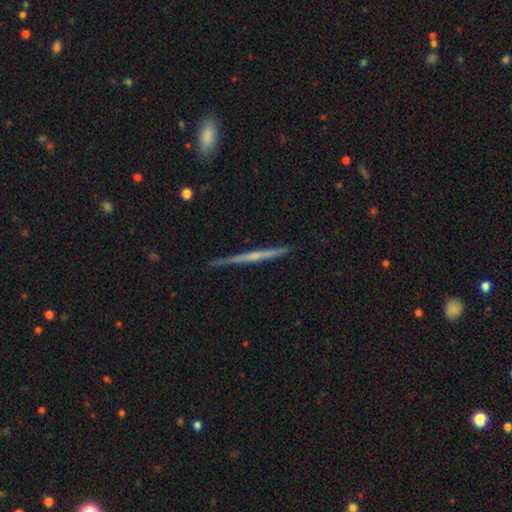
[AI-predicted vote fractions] smooth_or_featured: featured or disk (p=0.67) [alt: smooth p=0.27]
disk_edge_on: yes (p=0.98) [alt: no p=0.02]
edge_on_bulge: none (p=0.64) [alt: rounded p=0.29]
merging: none (p=0.88) [alt: minor disturbance p=0.09]